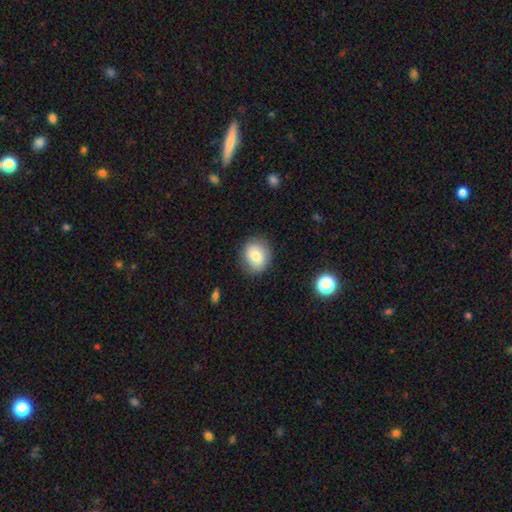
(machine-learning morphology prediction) Smooth or featured?
  - smooth: 77% *
  - featured or disk: 14%
  - star or artifact: 9%
How rounded?
  - round: 62% *
  - in between: 37%
  - cigar-shaped: 1%
Merging?
  - none: 82% *
  - minor disturbance: 13%
  - major disturbance: 4%
  - merger: 1%